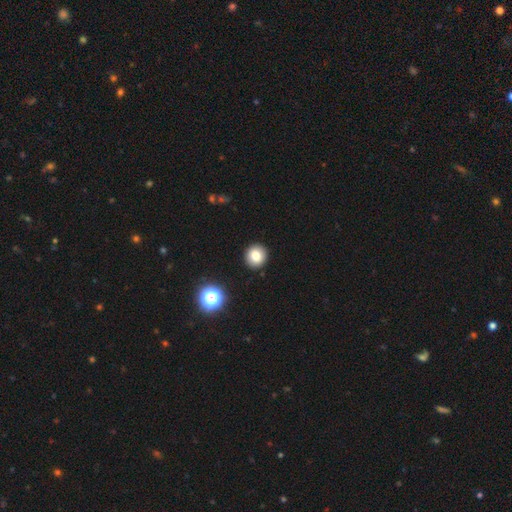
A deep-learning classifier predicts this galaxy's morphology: Overall: smooth (80%). How rounded: round (92%). Merging: none (93%).